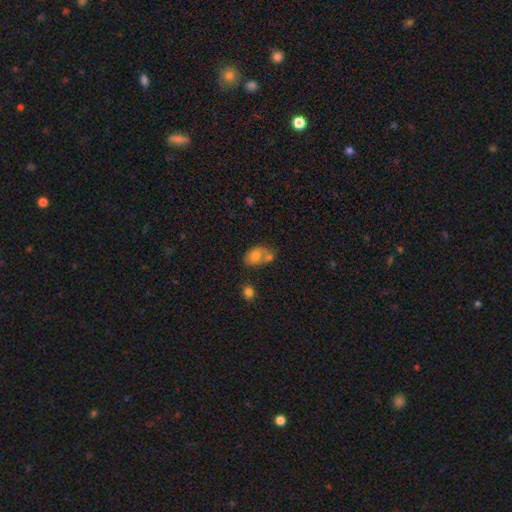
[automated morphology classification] type=smooth (72%); roundness=in between (79%); merging=merger (40%).